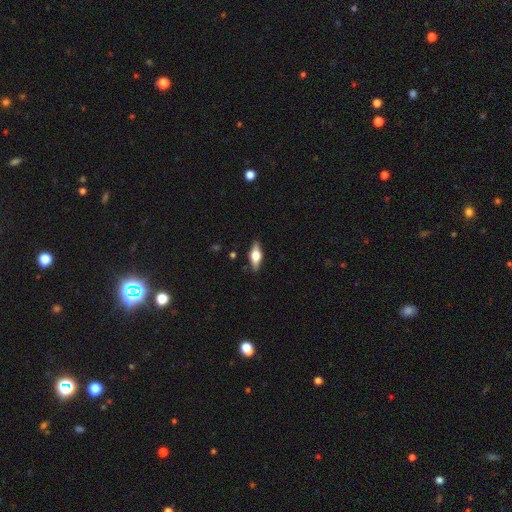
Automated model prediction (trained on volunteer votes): Smooth or featured?
  - featured or disk: 48% *
  - smooth: 45%
  - star or artifact: 7%
Merging?
  - none: 88% *
  - minor disturbance: 9%
  - major disturbance: 2%
  - merger: 1%